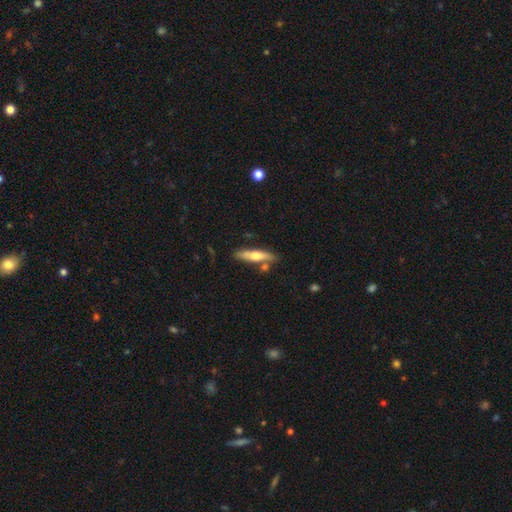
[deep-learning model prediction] A smooth galaxy with no disk features (51%) that is cigar-shaped (81%).

Vote fractions:
- Smooth or featured? smooth: 51% / featured or disk: 43% / star or artifact: 6%
- How rounded? cigar-shaped: 81% / in between: 17% / round: 2%
- Merging? none: 74% / minor disturbance: 14% / merger: 9% / major disturbance: 3%